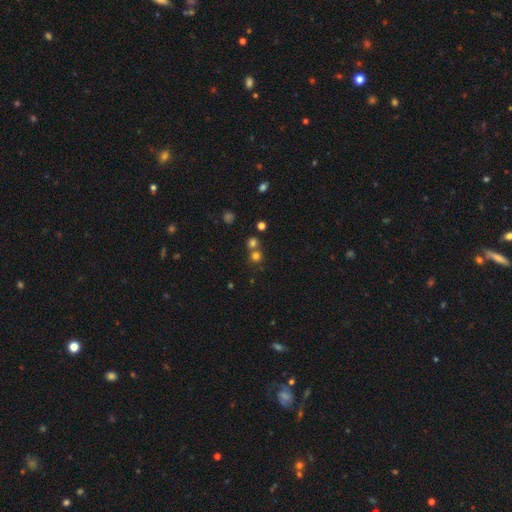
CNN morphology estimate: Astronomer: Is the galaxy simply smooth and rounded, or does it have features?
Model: smooth — 71%.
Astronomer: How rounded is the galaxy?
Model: round — 90%.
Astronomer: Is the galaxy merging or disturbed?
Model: none — 59%.